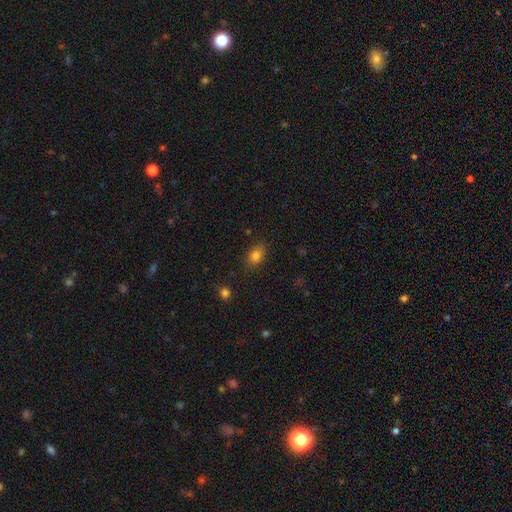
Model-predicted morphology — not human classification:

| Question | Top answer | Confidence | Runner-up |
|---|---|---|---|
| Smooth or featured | smooth | 81% | star or artifact (11%) |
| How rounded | in between | 75% | round (23%) |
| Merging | none | 81% | minor disturbance (14%) |